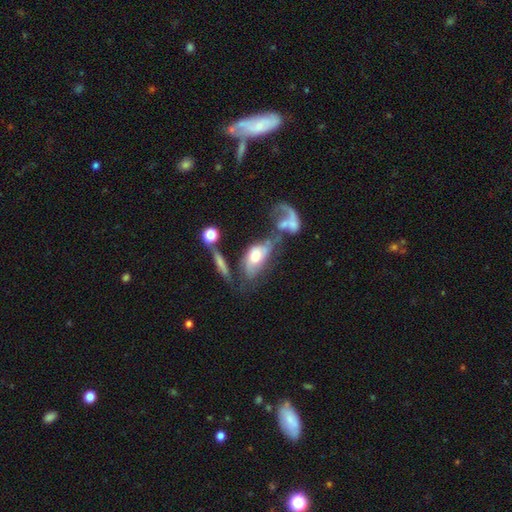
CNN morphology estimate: Smooth or featured? featured or disk (50%)
Merging? merger (43%)